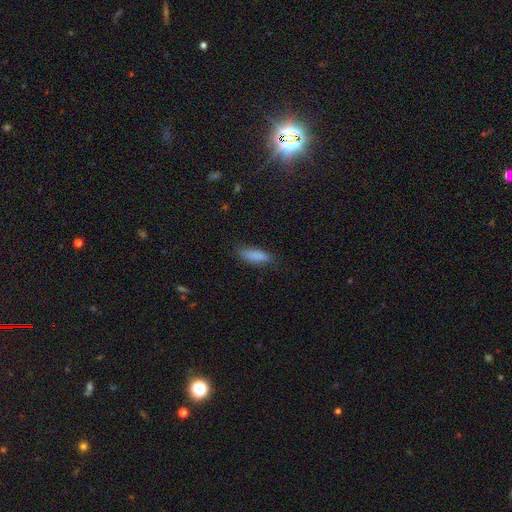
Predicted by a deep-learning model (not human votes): A smooth galaxy with no disk features (86%) that is in between round and cigar-shaped (56%).

Vote fractions:
- Smooth or featured? smooth: 86% / star or artifact: 7% / featured or disk: 6%
- How rounded? in between: 56% / cigar-shaped: 42% / round: 2%
- Merging? none: 80% / minor disturbance: 16% / major disturbance: 4% / merger: 1%